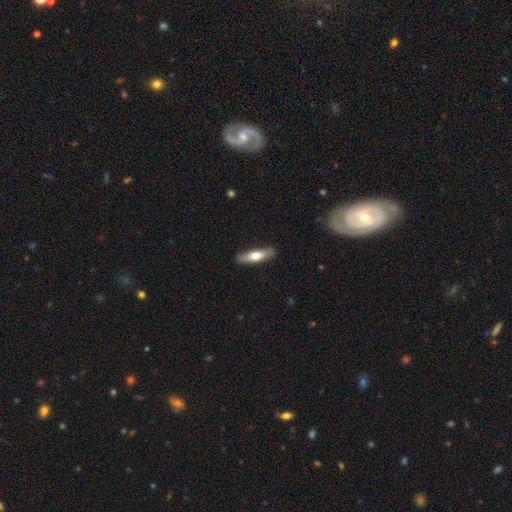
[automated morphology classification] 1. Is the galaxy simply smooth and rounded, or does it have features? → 59% smooth, 35% featured or disk, 5% star or artifact.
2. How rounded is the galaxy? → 67% cigar-shaped, 31% in between, 2% round.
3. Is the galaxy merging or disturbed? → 87% none, 10% minor disturbance, 2% major disturbance, 1% merger.